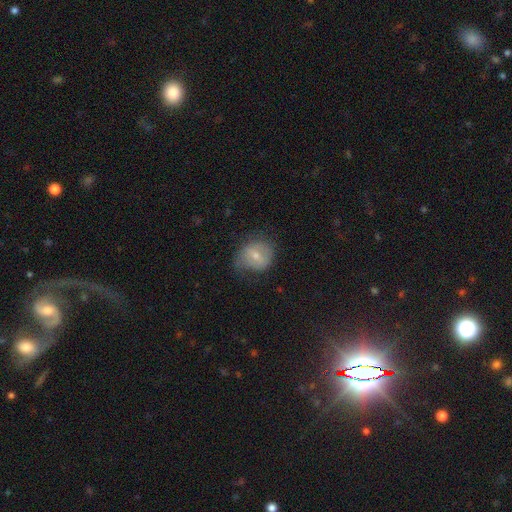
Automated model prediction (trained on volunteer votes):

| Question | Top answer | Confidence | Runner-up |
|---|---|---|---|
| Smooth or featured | smooth | 53% | featured or disk (38%) |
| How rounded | round | 65% | in between (34%) |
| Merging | none | 56% | minor disturbance (29%) |